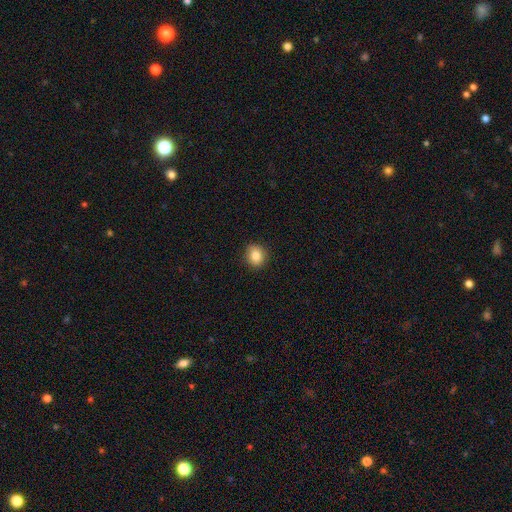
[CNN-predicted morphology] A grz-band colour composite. It shows a smooth galaxy with no disk features (85%) that is round (70%). Merging: none (88%).